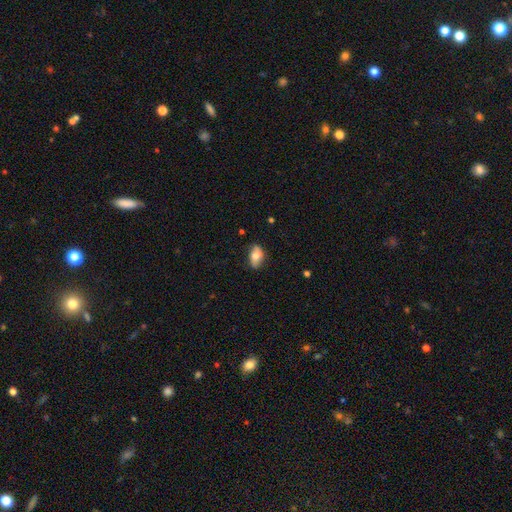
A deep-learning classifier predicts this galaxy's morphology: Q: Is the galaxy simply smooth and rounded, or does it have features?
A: smooth — 61%.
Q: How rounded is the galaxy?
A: in between — 88%.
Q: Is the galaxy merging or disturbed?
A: none — 73%.